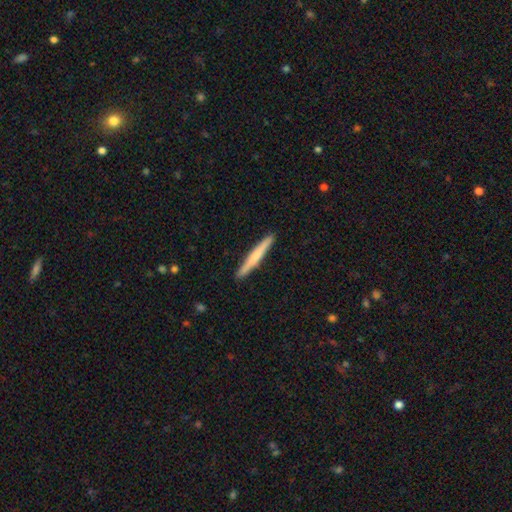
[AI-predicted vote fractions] The model was most divided on "smooth or featured": smooth: 52%, featured or disk: 43%, star or artifact: 5%. More confident: how rounded — cigar-shaped (96%); merging — none (92%).